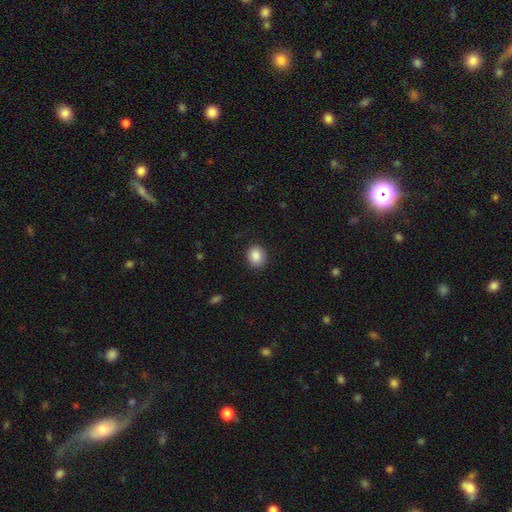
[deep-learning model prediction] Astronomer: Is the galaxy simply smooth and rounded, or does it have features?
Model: smooth — 87%.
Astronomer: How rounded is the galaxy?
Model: round — 62%.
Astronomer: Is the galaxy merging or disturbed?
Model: none — 86%.